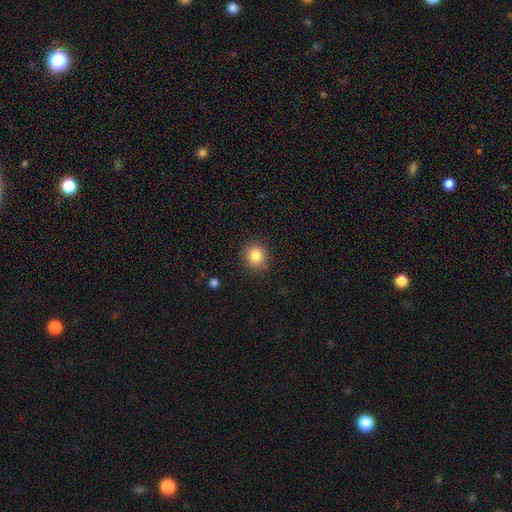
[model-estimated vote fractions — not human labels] This appears to be a smooth galaxy with no disk features (83%) that is round (89%). Merging: none (89%).